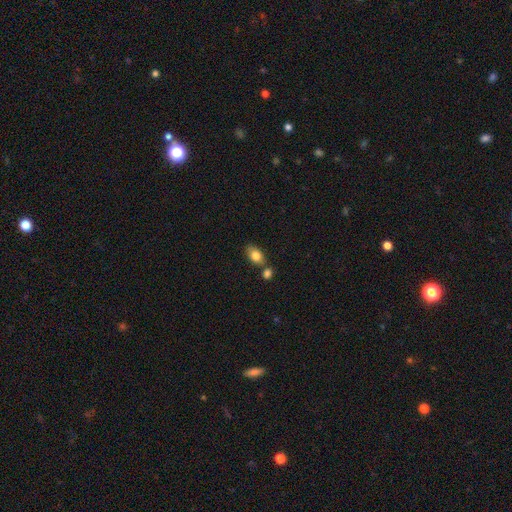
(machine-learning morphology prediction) A smooth galaxy with no disk features (81%) that is in between round and cigar-shaped (85%).

Vote fractions:
- Smooth or featured? smooth: 81% / featured or disk: 11% / star or artifact: 8%
- How rounded? in between: 85% / round: 12% / cigar-shaped: 3%
- Merging? none: 58% / merger: 25% / minor disturbance: 13% / major disturbance: 4%